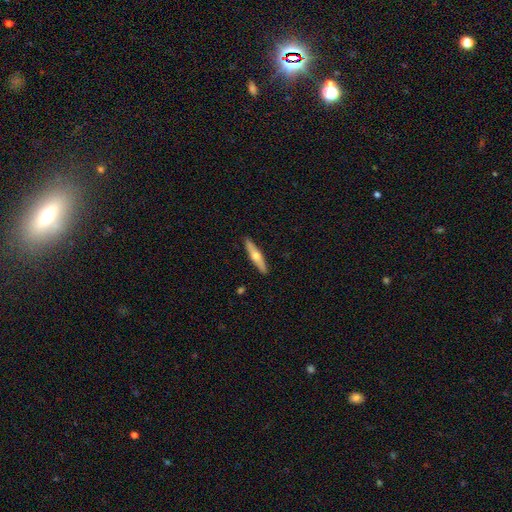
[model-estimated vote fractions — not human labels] featured or disk 49%, smooth 46%, star or artifact 5%. Down the decision tree: merging — none (91%).